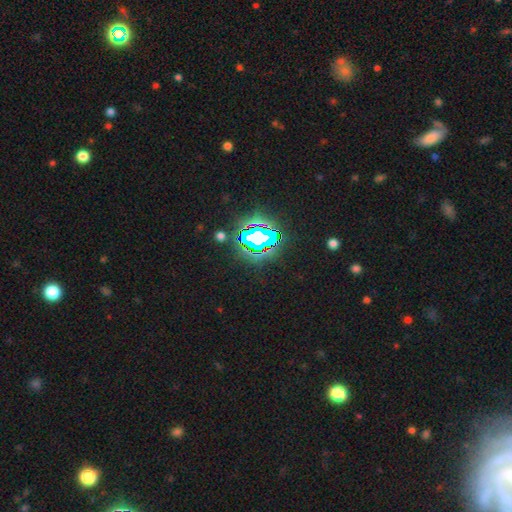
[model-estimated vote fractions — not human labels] smooth_or_featured: star or artifact (p=0.84) [alt: smooth p=0.10]